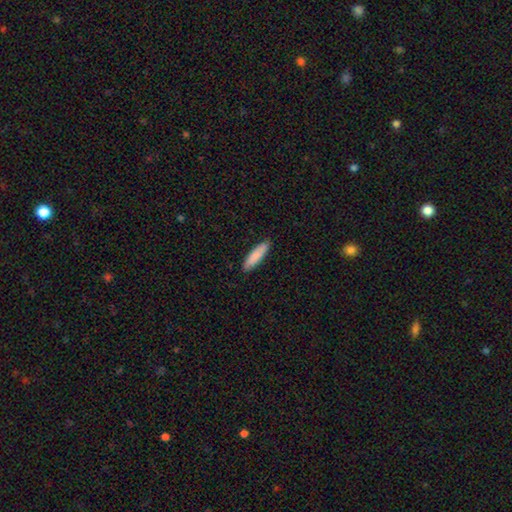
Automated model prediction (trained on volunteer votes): The model was most divided on "how rounded": cigar-shaped: 71%, in between: 28%, round: 1%. More confident: merging — none (89%); smooth or featured — smooth (86%).